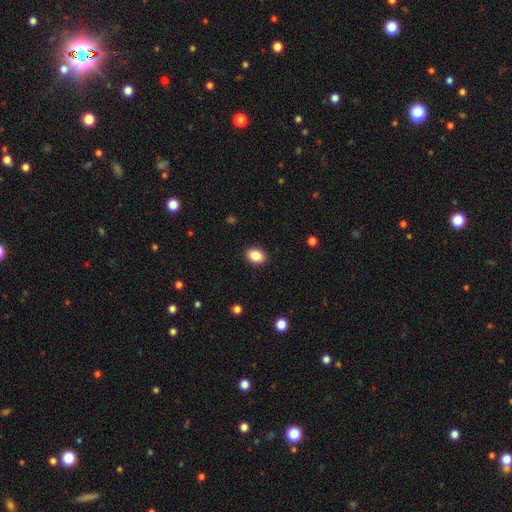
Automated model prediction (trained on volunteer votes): Overall: smooth (87%). How rounded: in between (70%). Merging: none (90%).